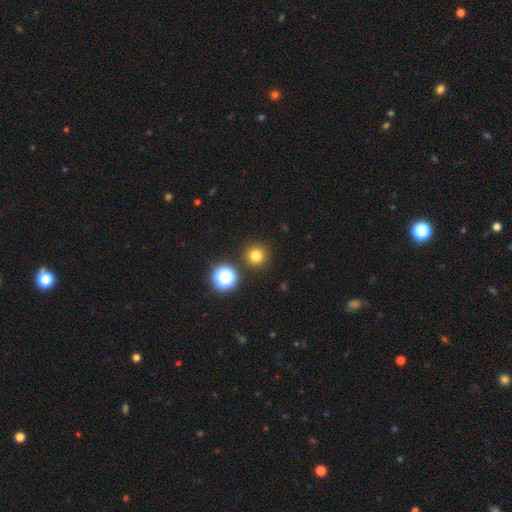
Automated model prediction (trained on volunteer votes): smooth 77%, star or artifact 17%, featured or disk 6%. Down the decision tree: how rounded — round (96%); merging — none (90%).